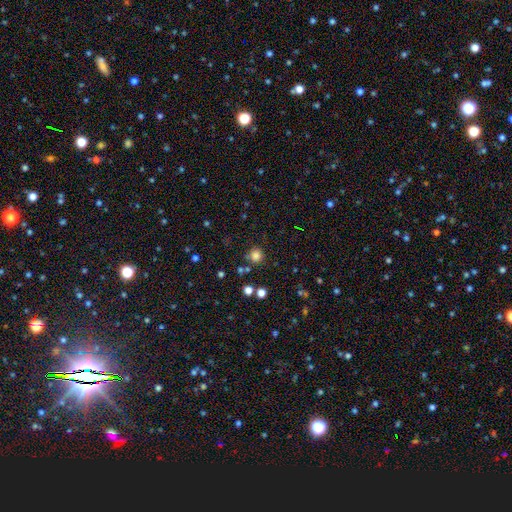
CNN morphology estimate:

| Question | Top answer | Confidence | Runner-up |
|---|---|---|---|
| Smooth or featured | smooth | 80% | star or artifact (15%) |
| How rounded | round | 93% | in between (6%) |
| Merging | none | 82% | minor disturbance (9%) |